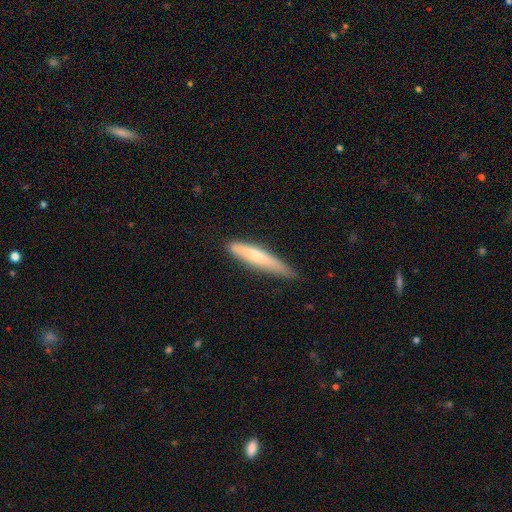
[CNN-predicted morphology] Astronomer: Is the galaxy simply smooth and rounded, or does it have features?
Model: smooth — 68%.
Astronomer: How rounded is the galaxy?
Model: cigar-shaped — 88%.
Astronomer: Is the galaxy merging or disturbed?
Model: none — 66%.